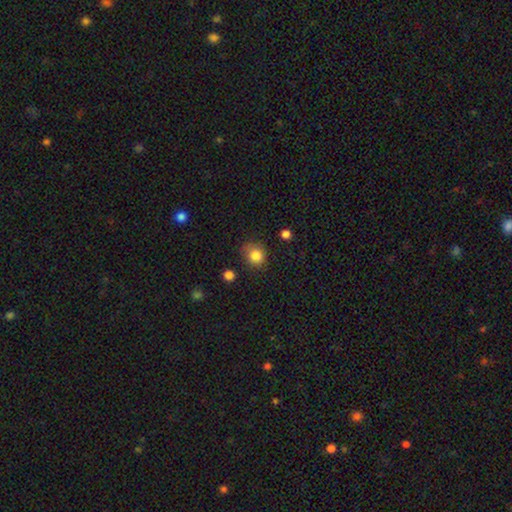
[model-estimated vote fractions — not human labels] This appears to be a smooth galaxy with no disk features (84%) that is round (79%). Merging: none (69%).